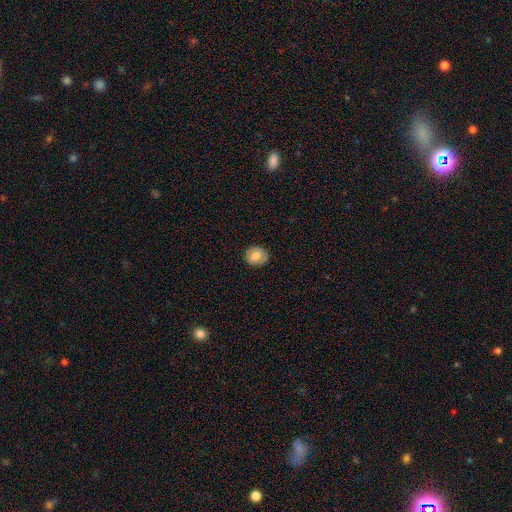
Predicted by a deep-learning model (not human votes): Smooth or featured? Predicted: smooth (p=0.69). How rounded? Predicted: round (p=0.59). Merging? Predicted: none (p=0.85).